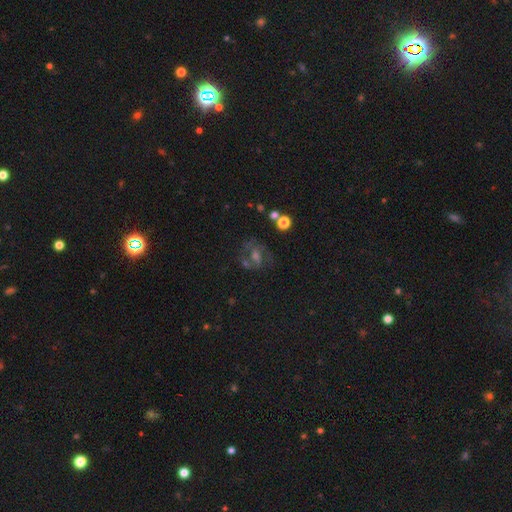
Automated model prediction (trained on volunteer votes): A featured or disk galaxy (49%). Merging: none (57%).